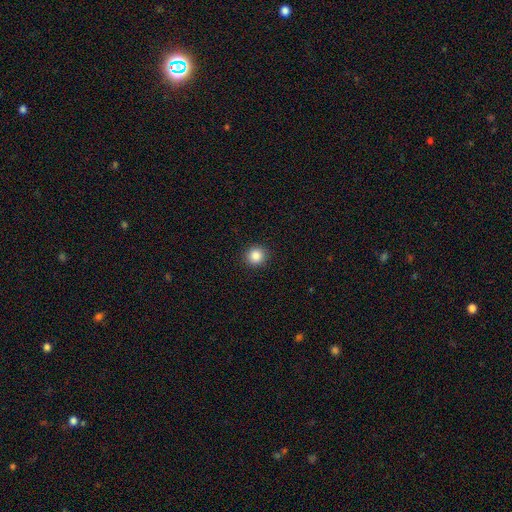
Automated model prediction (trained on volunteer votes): smooth 87%, star or artifact 10%, featured or disk 4%. Down the decision tree: how rounded — round (91%); merging — none (92%).